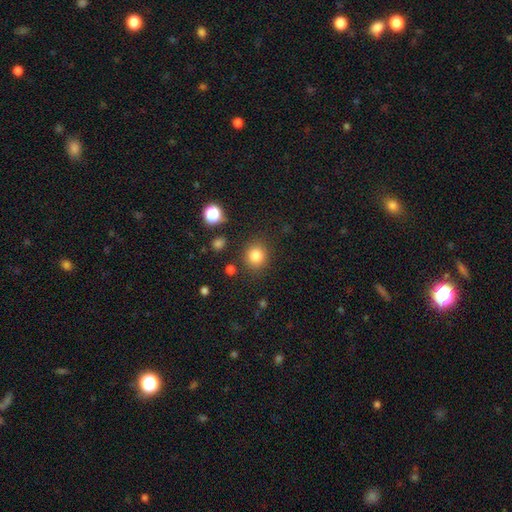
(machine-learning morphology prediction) This appears to be a smooth galaxy with no disk features (83%) that is round (86%). Merging: none (86%).